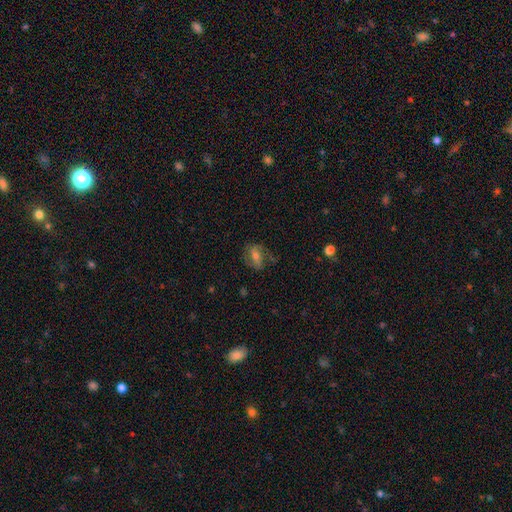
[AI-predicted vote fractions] This is possibly a featured or disk galaxy (52%). It is clearly not viewed edge-on (92%). Merging: likely none (67%).